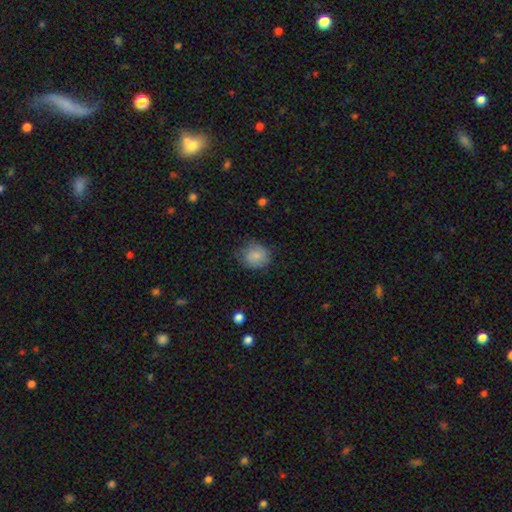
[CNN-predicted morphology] Smooth or featured: smooth — 78% (featured or disk — 15%)
How rounded: round — 70% (in between — 29%)
Merging: none — 63% (minor disturbance — 27%)